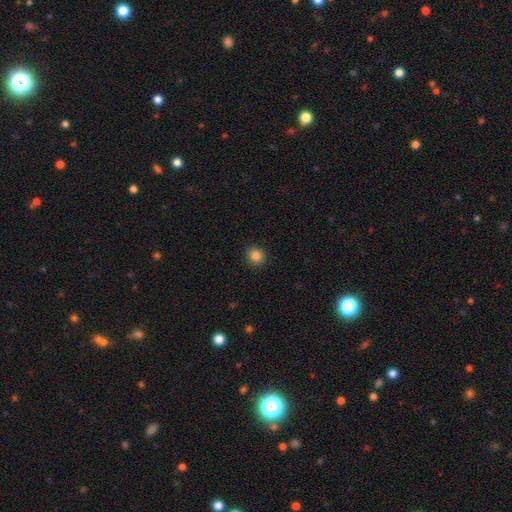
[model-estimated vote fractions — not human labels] Morphology: type=smooth (85%); roundness=round (82%); merging=none (90%).